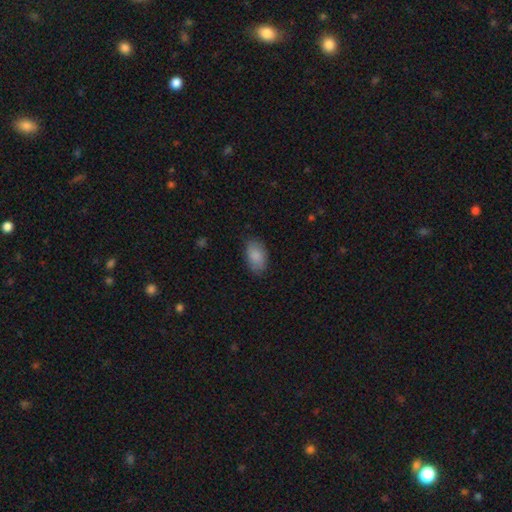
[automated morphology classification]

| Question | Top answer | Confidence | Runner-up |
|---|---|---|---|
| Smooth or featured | smooth | 87% | featured or disk (7%) |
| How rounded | in between | 92% | round (6%) |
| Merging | none | 80% | minor disturbance (16%) |